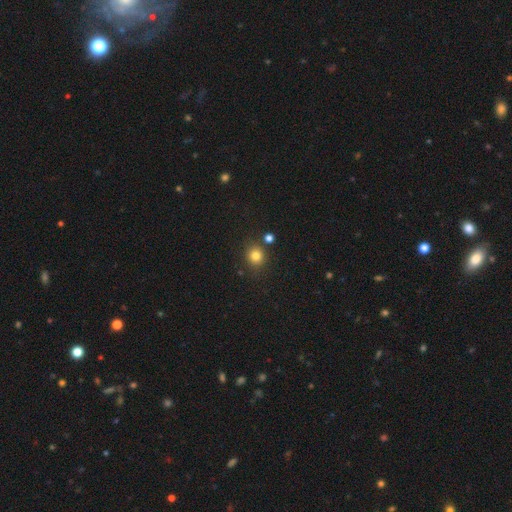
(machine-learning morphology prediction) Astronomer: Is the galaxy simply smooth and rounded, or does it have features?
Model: smooth — 80%.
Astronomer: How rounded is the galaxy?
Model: round — 87%.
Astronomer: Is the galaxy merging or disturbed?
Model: none — 82%.